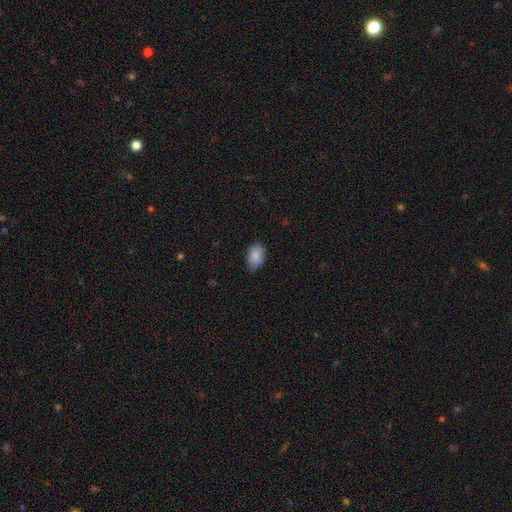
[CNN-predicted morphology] A smooth galaxy with no disk features (88%) that is in between round and cigar-shaped (85%). Merging: none (78%).